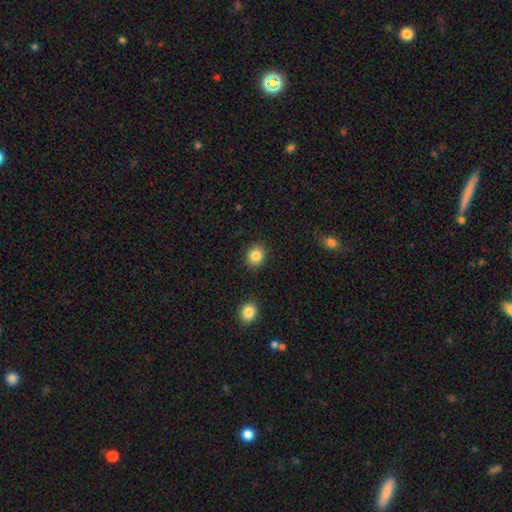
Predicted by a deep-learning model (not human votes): smooth 85%, star or artifact 10%, featured or disk 5%. Down the decision tree: how rounded — round (77%); merging — none (89%).